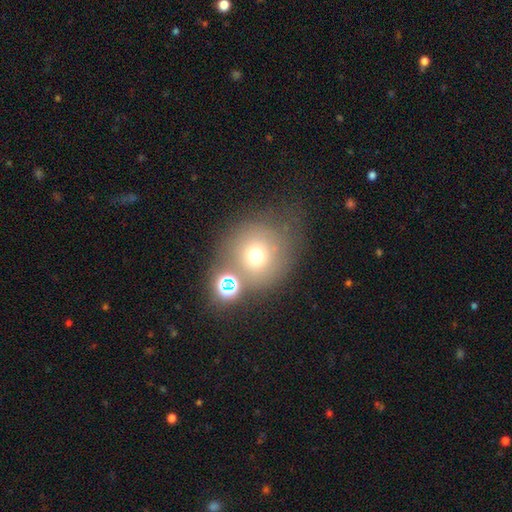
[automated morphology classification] Q: Smooth or featured?
A: smooth (63%); runner-up: star or artifact (19%)
Q: How rounded?
A: round (86%); runner-up: in between (12%)
Q: Merging?
A: none (54%); runner-up: merger (19%)